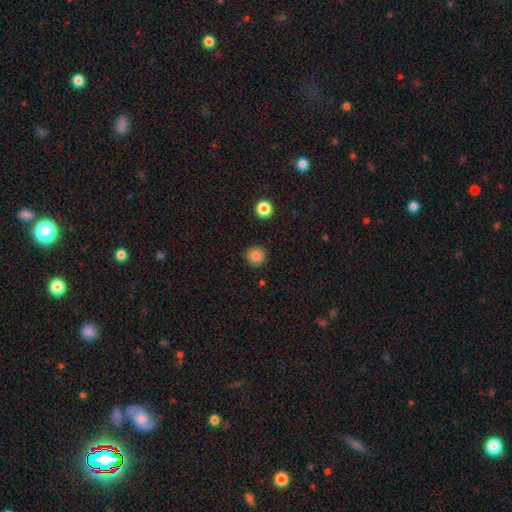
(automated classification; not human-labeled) Smooth or featured?
  - smooth: 83% *
  - star or artifact: 11%
  - featured or disk: 6%
How rounded?
  - round: 95% *
  - in between: 4%
  - cigar-shaped: 1%
Merging?
  - none: 91% *
  - minor disturbance: 6%
  - major disturbance: 2%
  - merger: 1%